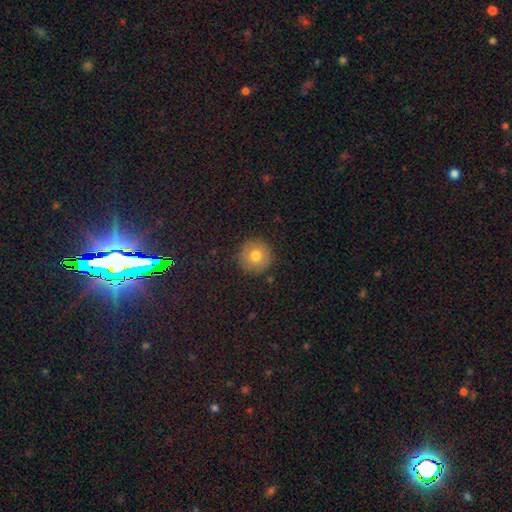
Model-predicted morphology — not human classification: Overall: smooth (76%). How rounded: round (95%). Merging: none (89%).